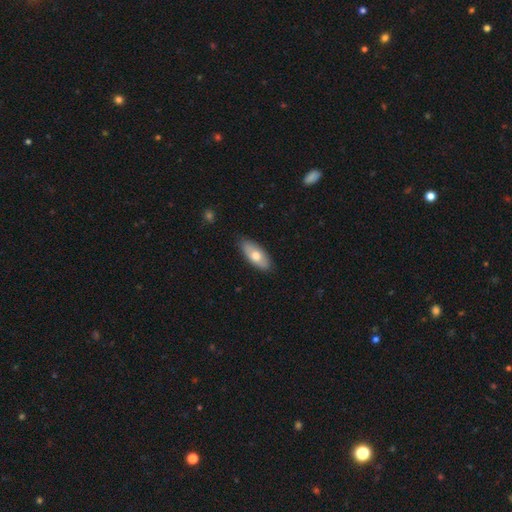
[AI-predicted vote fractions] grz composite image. It shows a smooth galaxy with no disk features (67%) that is in between round and cigar-shaped (86%). Merging: none (84%).